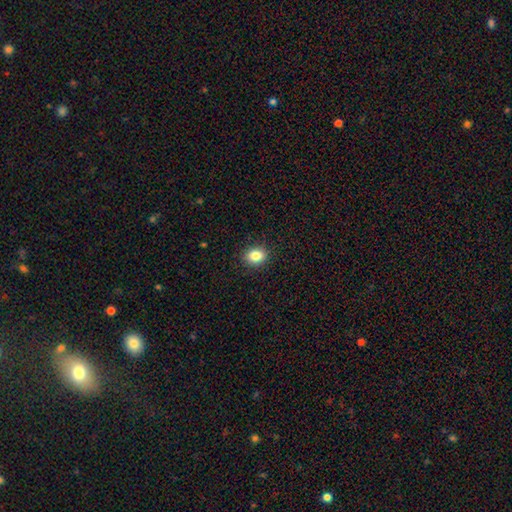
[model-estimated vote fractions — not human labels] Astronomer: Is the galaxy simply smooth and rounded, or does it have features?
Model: smooth — 84%.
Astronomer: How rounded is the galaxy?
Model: round — 54% (runner-up: in between, 45%).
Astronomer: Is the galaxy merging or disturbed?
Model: none — 90%.